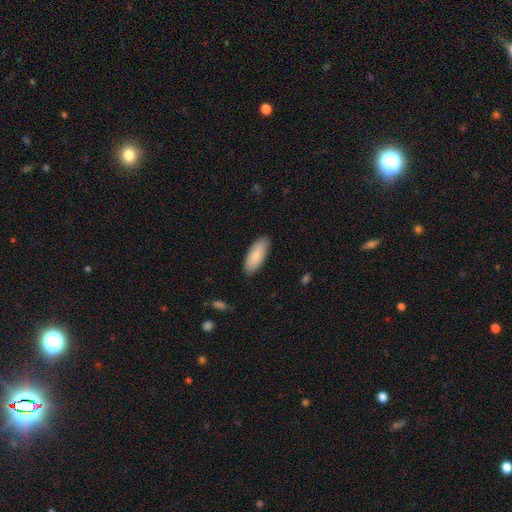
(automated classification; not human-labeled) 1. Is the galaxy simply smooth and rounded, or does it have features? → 87% smooth, 8% featured or disk, 5% star or artifact.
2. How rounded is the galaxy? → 81% in between, 18% cigar-shaped, 1% round.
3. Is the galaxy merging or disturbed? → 87% none, 10% minor disturbance, 2% major disturbance, 1% merger.